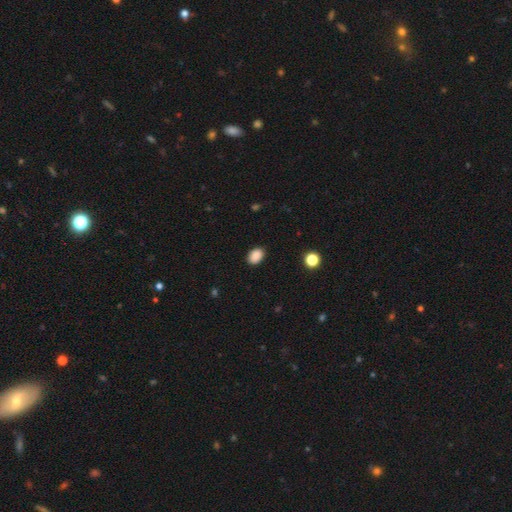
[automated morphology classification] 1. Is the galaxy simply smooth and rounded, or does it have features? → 88% smooth, 9% star or artifact, 3% featured or disk.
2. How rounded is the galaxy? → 79% in between, 20% round, 1% cigar-shaped.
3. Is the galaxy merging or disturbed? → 88% none, 9% minor disturbance, 2% major disturbance, 1% merger.